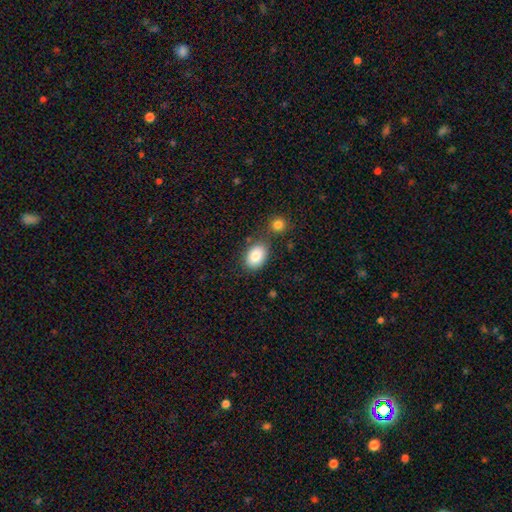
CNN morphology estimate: smooth 85%, featured or disk 8%, star or artifact 7%. Down the decision tree: how rounded — in between (83%); merging — none (71%).